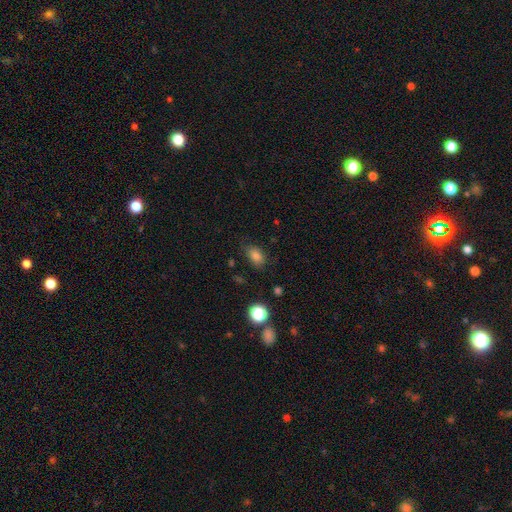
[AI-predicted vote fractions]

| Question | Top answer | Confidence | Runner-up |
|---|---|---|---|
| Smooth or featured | smooth | 81% | star or artifact (12%) |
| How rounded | in between | 83% | round (15%) |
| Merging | none | 75% | minor disturbance (18%) |